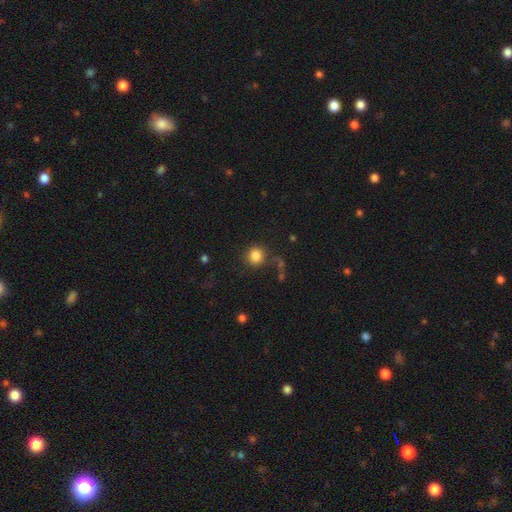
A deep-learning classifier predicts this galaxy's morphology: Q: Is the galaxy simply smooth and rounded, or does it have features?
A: smooth — 84%.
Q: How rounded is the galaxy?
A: round — 90%.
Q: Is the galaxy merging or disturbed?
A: none — 75%.